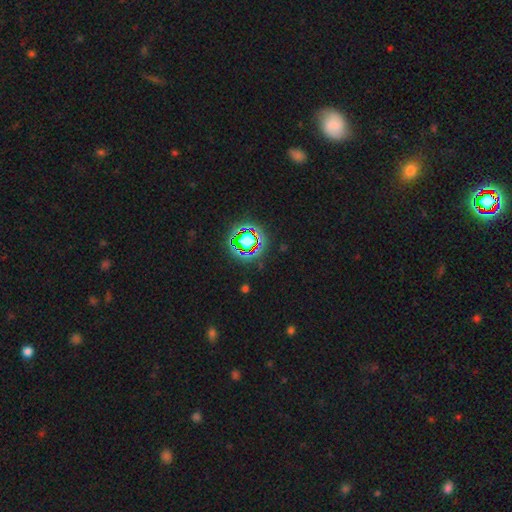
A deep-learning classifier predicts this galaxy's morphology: Smooth or featured: star or artifact — 75% (smooth — 16%)